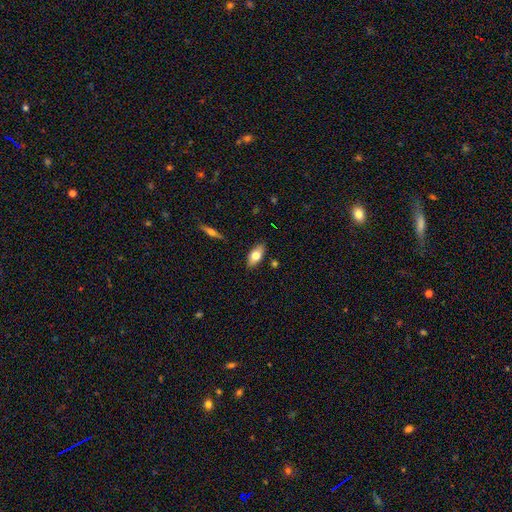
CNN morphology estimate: Smooth or featured: smooth — 69% (featured or disk — 24%)
How rounded: in between — 87% (cigar-shaped — 9%)
Merging: none — 85% (minor disturbance — 11%)